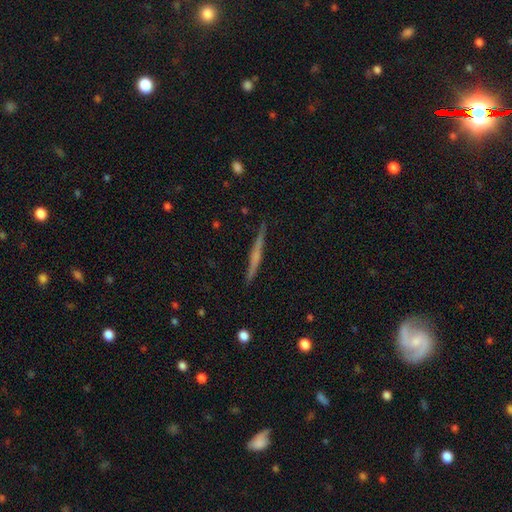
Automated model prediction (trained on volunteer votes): Morphology: type=featured or disk (60%); edge-on=yes (98%); edge-on bulge=none (55%); merging=none (90%).